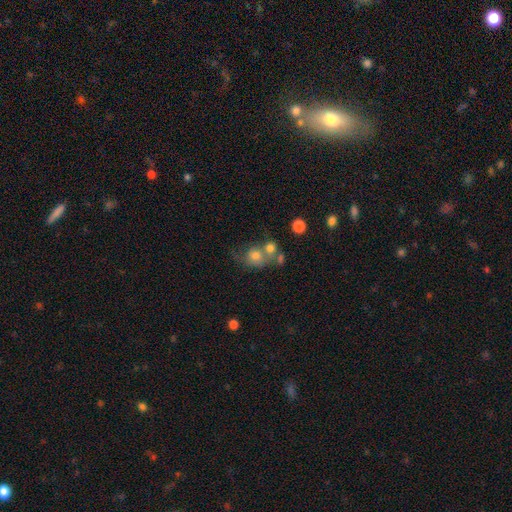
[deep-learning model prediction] This is likely a smooth galaxy (68%). How rounded: likely round (74%). Merging: marginally merger (40%).